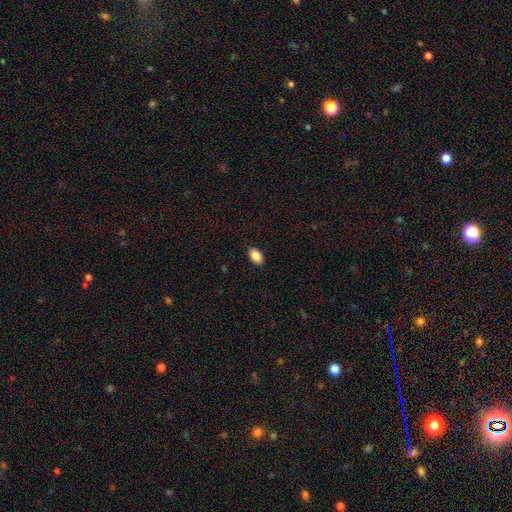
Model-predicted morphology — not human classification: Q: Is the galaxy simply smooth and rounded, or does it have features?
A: smooth — 88%.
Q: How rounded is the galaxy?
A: in between — 89%.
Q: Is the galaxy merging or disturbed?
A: none — 89%.